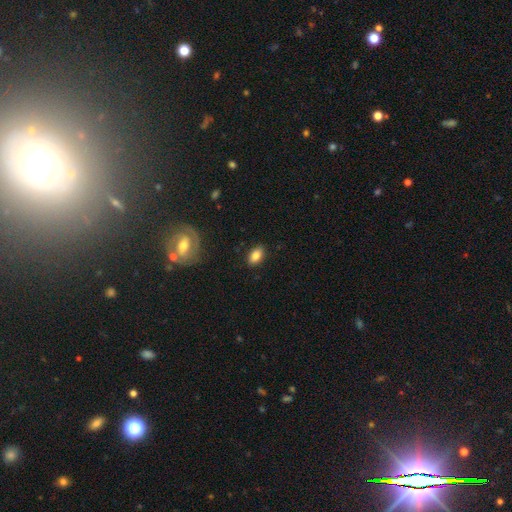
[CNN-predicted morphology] smooth_or_featured: smooth (p=0.83) [alt: featured or disk p=0.09]
how_rounded: in between (p=0.89) [alt: round p=0.08]
merging: none (p=0.87) [alt: minor disturbance p=0.09]